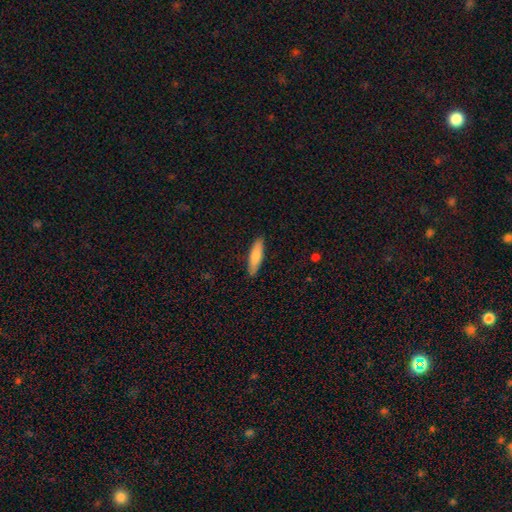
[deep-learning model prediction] Smooth or featured? smooth (81%)
How rounded? cigar-shaped (65%)
Merging? none (88%)